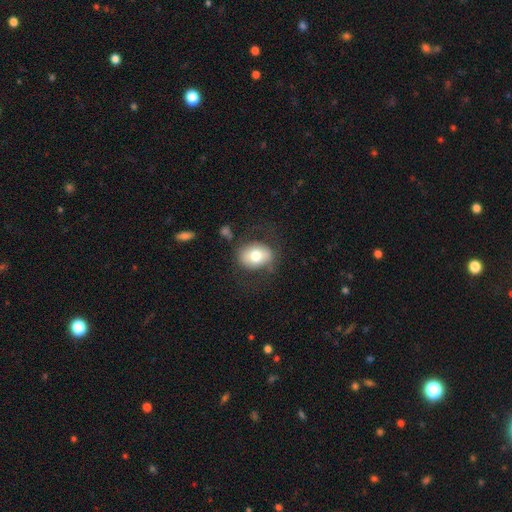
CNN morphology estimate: Smooth or featured? smooth (69%)
How rounded? in between (61%)
Merging? none (69%)